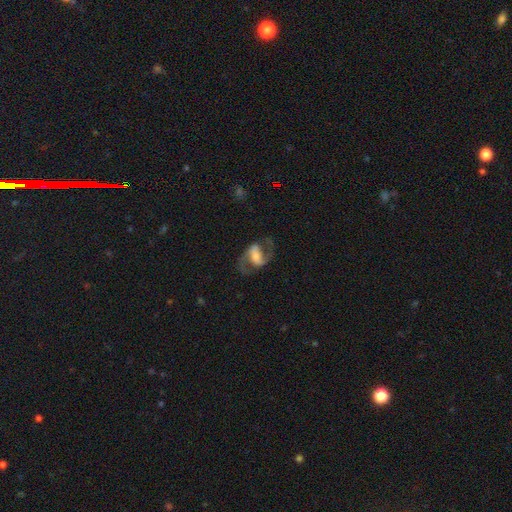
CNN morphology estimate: Smooth or featured? featured or disk (79%)
Edge-on disk? no (97%)
Bar? strong (41%)
Spiral arms? yes (92%)
Spiral winding? medium (51%)
Spiral arm count? 2 (91%)
Bulge size? small (34%)
Merging? none (70%)